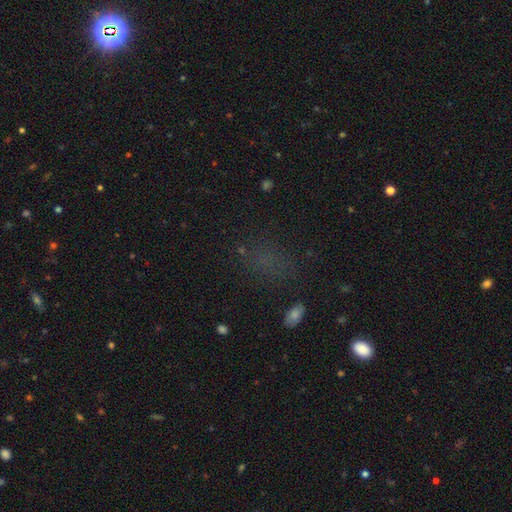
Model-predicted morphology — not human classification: smooth_or_featured: smooth (p=0.50) [alt: star or artifact p=0.38]
merging: none (p=0.63) [alt: minor disturbance p=0.18]